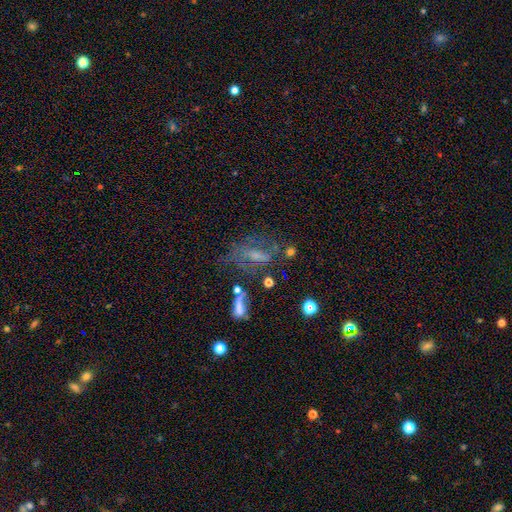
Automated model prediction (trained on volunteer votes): Smooth or featured? Predicted: featured or disk (p=0.54). Edge-on disk? Predicted: no (p=0.90). Merging? Predicted: none (p=0.42).